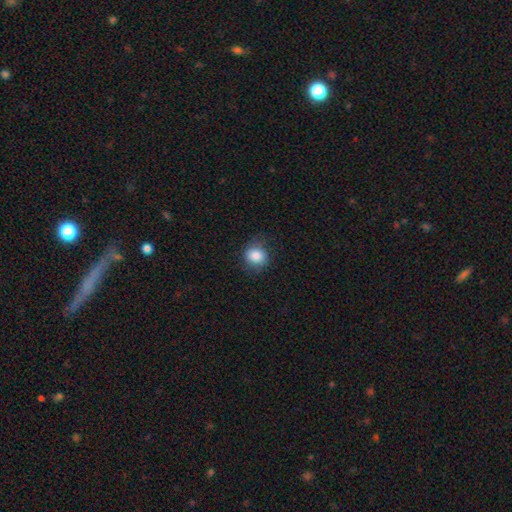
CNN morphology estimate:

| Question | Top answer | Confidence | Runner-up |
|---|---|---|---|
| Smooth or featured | smooth | 85% | star or artifact (9%) |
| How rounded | round | 79% | in between (20%) |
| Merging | none | 76% | minor disturbance (18%) |